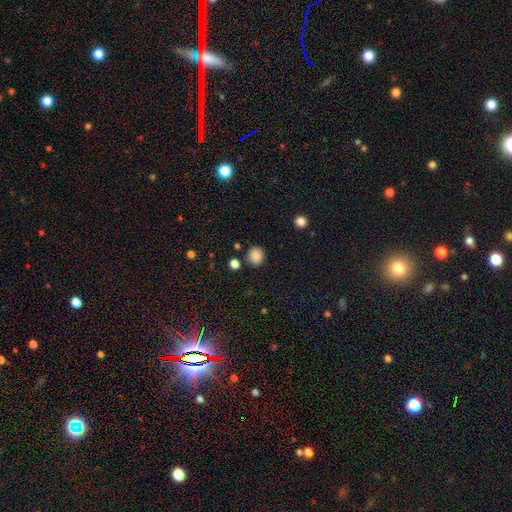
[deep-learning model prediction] This appears to be a smooth galaxy with no disk features (85%) that is round (84%). Merging: none (85%).